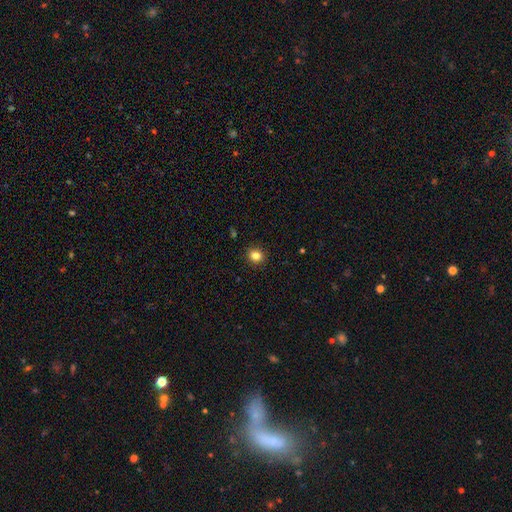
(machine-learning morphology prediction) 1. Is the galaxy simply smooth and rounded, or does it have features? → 83% smooth, 12% star or artifact, 5% featured or disk.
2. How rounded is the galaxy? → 79% round, 21% in between, 1% cigar-shaped.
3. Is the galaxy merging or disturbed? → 91% none, 6% minor disturbance, 2% major disturbance, 1% merger.